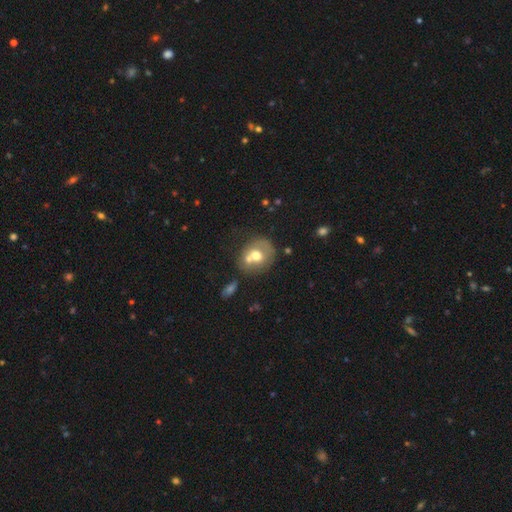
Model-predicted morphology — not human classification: smooth-or-featured: smooth: 58% | featured or disk: 33% | star or artifact: 9%
  how-rounded: round: 66% | in between: 33% | cigar-shaped: 1%
  merging: merger: 42% | none: 36% | minor disturbance: 15% | major disturbance: 7%